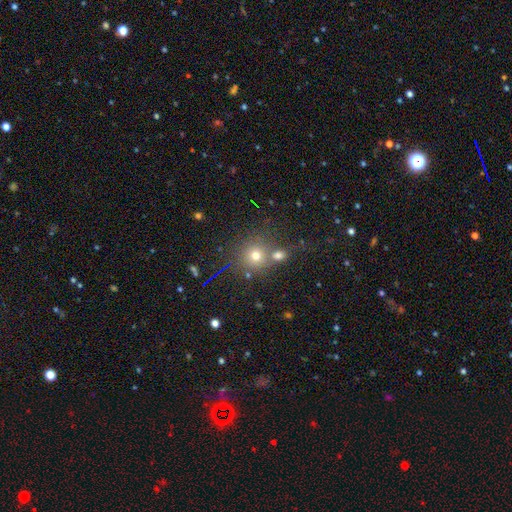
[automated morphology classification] Smooth or featured: smooth — 70% (star or artifact — 19%)
How rounded: round — 88% (in between — 11%)
Merging: none — 63% (merger — 24%)